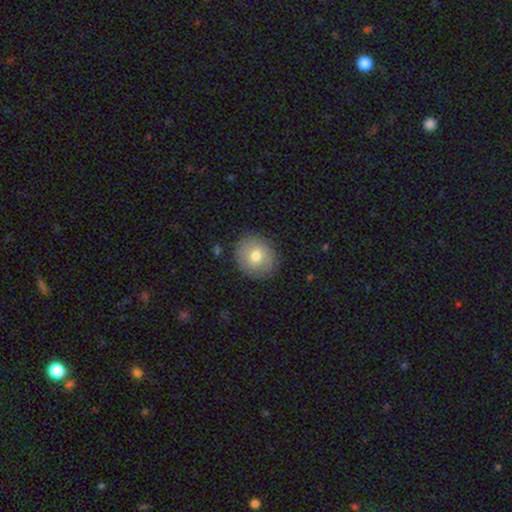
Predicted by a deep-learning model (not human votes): This is likely a smooth galaxy (70%). How rounded: clearly round (83%). Merging: clearly none (86%).